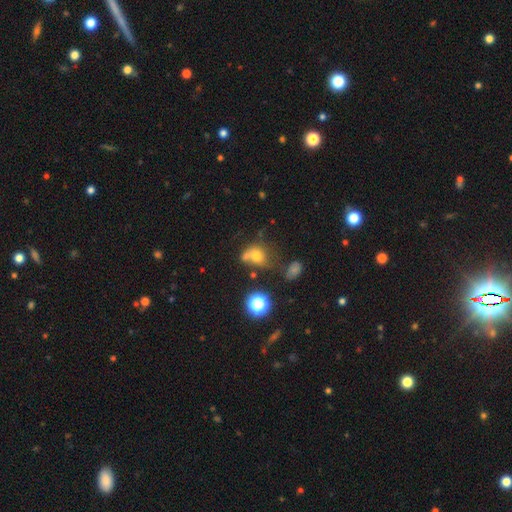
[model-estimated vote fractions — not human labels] Q: Smooth or featured?
A: smooth (65%); runner-up: star or artifact (18%)
Q: How rounded?
A: round (62%); runner-up: in between (37%)
Q: Merging?
A: merger (37%); runner-up: none (36%)